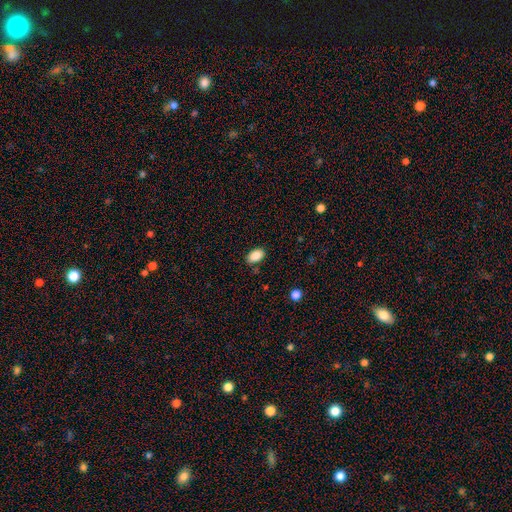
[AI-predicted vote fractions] This appears to be a smooth galaxy with no disk features (89%) that is in between round and cigar-shaped (91%). Merging: none (84%).